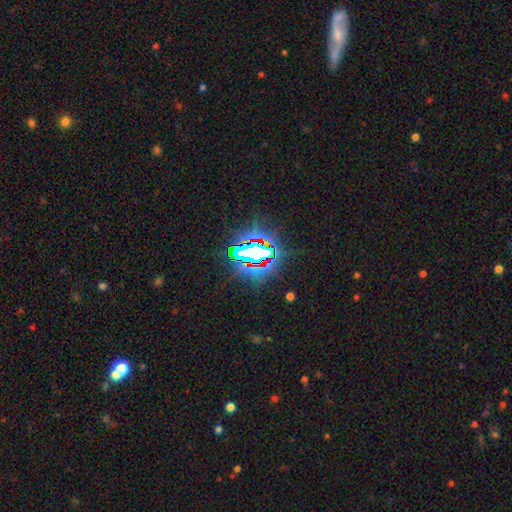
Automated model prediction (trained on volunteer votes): star or artifact 74%, smooth 14%, featured or disk 13%.